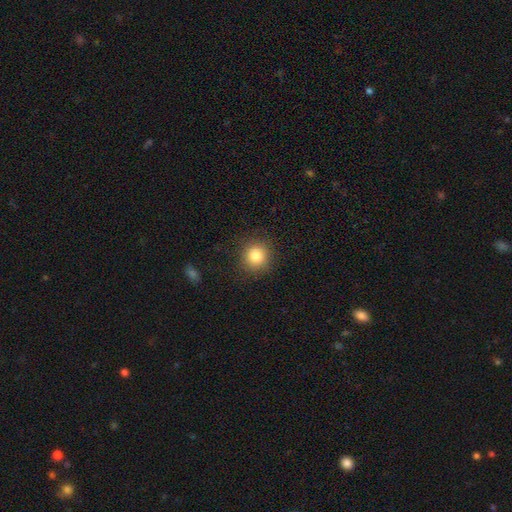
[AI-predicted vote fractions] A smooth galaxy with no disk features (83%) that is round (90%). Merging: none (88%).